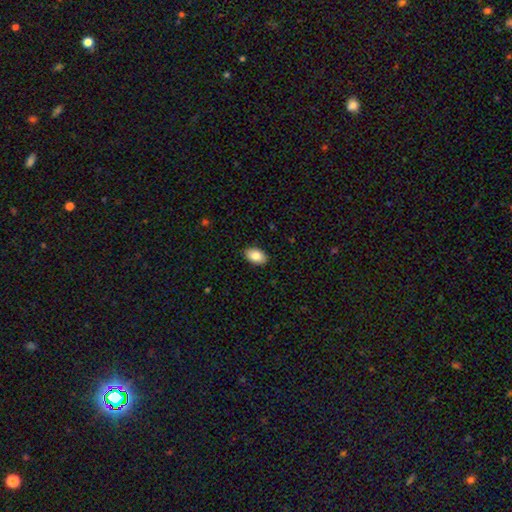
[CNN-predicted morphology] This is clearly a smooth galaxy (85%). How rounded: clearly in between (92%). Merging: clearly none (89%).